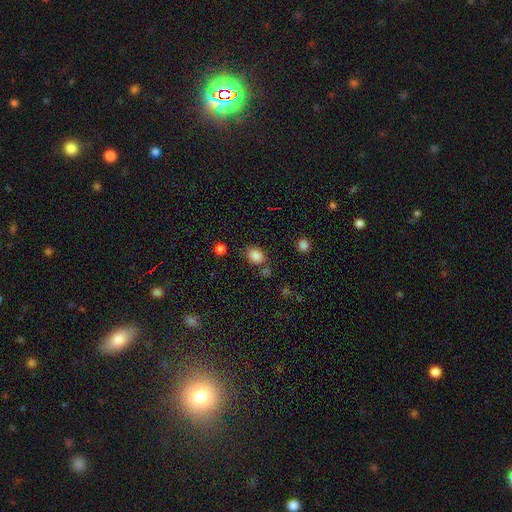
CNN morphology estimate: Smooth or featured? smooth (84%)
How rounded? in between (57%)
Merging? none (73%)